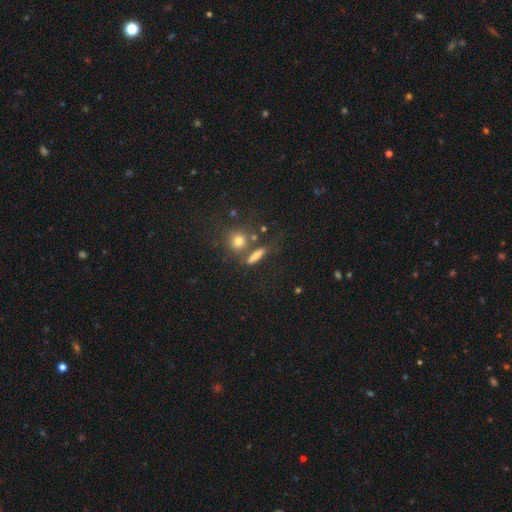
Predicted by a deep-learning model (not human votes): Smooth or featured? Predicted: smooth (p=0.71). How rounded? Predicted: cigar-shaped (p=0.55). Merging? Predicted: none (p=0.63).